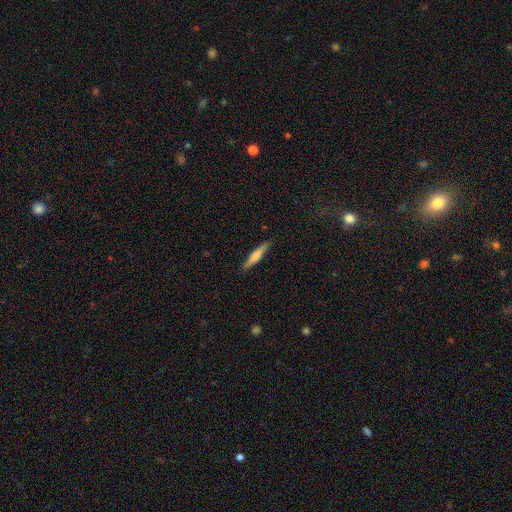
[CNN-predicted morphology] Q: Smooth or featured?
A: smooth (60%); runner-up: featured or disk (34%)
Q: How rounded?
A: cigar-shaped (89%); runner-up: in between (9%)
Q: Merging?
A: none (88%); runner-up: minor disturbance (9%)